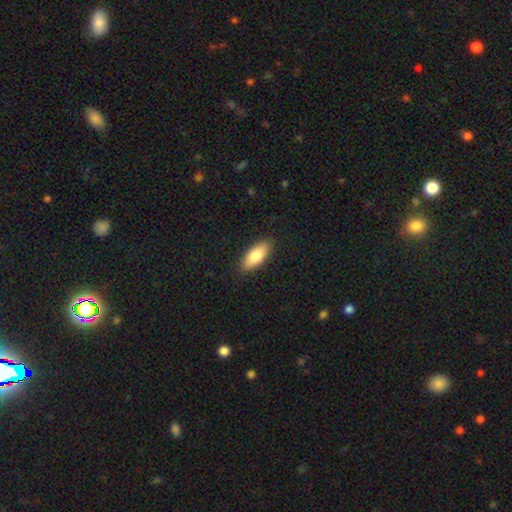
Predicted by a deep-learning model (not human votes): smooth 80%, featured or disk 14%, star or artifact 6%. Down the decision tree: how rounded — in between (80%); merging — none (88%).